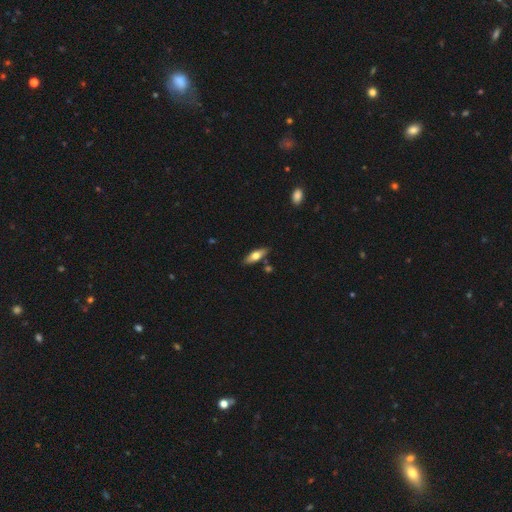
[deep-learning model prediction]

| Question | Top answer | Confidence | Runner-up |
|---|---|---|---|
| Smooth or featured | smooth | 57% | featured or disk (37%) |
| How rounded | in between | 54% | cigar-shaped (43%) |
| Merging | none | 83% | minor disturbance (11%) |